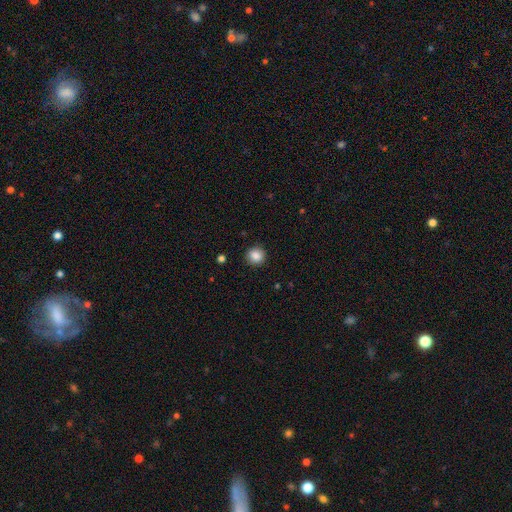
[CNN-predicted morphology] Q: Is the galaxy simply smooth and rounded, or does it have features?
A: smooth — 87%.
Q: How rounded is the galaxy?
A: round — 91%.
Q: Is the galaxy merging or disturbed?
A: none — 91%.